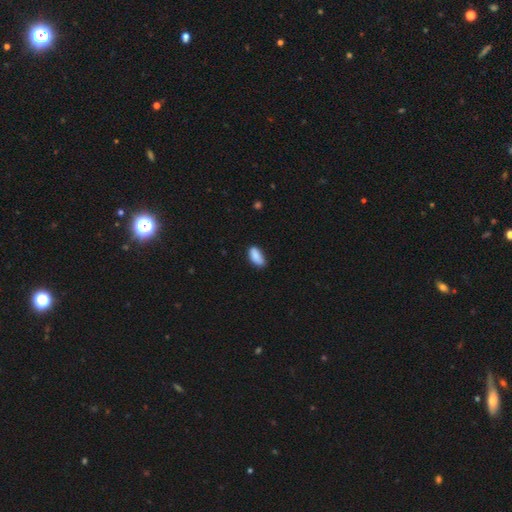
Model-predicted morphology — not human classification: This is clearly a smooth galaxy (87%). How rounded: clearly in between (89%). Merging: likely none (69%).